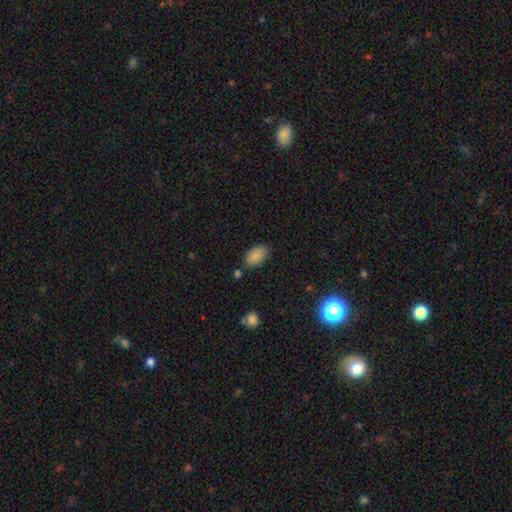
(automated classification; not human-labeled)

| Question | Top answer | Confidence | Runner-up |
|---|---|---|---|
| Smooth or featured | smooth | 87% | star or artifact (8%) |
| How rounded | in between | 93% | round (5%) |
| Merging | none | 78% | minor disturbance (15%) |